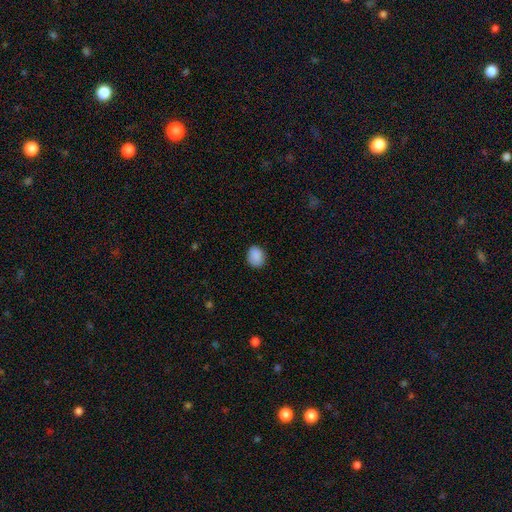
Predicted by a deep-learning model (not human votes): smooth-or-featured: smooth: 89% | star or artifact: 8% | featured or disk: 3%
  how-rounded: round: 65% | in between: 34% | cigar-shaped: 1%
  merging: none: 86% | minor disturbance: 11% | major disturbance: 3% | merger: 1%